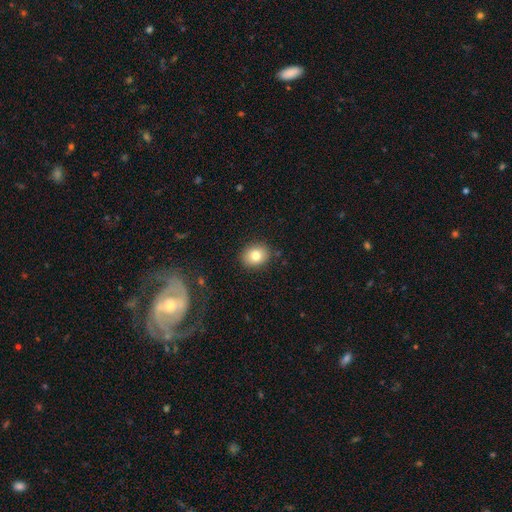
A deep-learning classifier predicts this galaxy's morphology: smooth_or_featured: smooth (p=0.80) [alt: featured or disk p=0.10]
how_rounded: round (p=0.58) [alt: in between p=0.41]
merging: none (p=0.87) [alt: minor disturbance p=0.09]